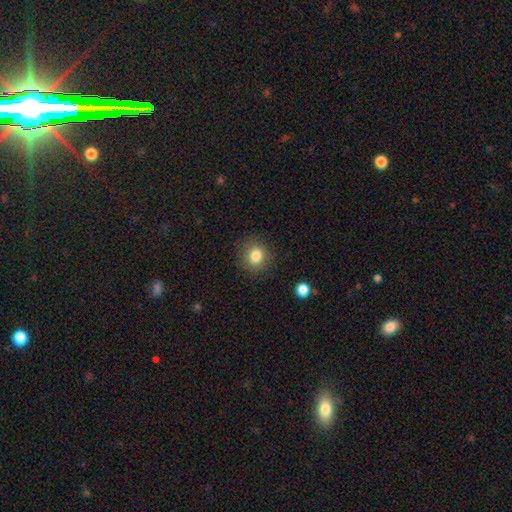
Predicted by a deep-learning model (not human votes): The model was most divided on "how rounded": round: 80%, in between: 19%, cigar-shaped: 1%. More confident: merging — none (86%); smooth or featured — smooth (82%).